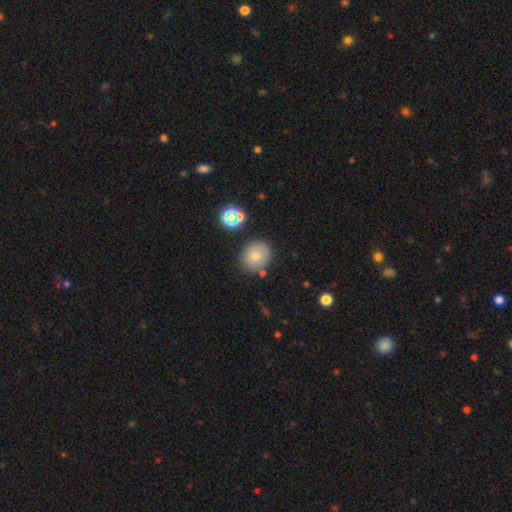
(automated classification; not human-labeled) A smooth galaxy with no disk features (73%) that is round (77%).

Vote fractions:
- Smooth or featured? smooth: 73% / featured or disk: 14% / star or artifact: 13%
- How rounded? round: 77% / in between: 22% / cigar-shaped: 1%
- Merging? none: 80% / minor disturbance: 11% / merger: 6% / major disturbance: 3%